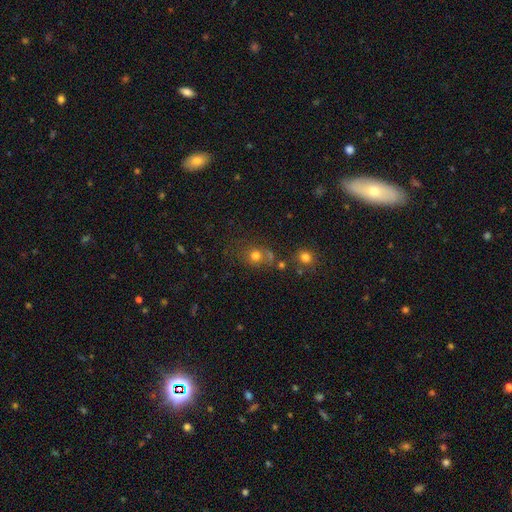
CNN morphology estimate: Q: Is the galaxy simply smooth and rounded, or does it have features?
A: smooth — 71%.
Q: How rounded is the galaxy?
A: round — 80%.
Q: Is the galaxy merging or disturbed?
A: none — 59%.